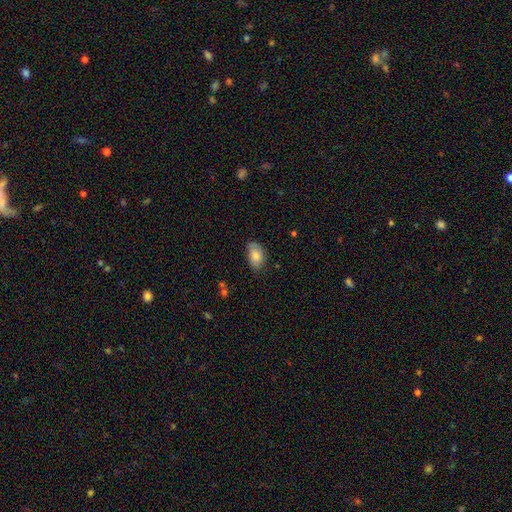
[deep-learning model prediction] smooth-or-featured: smooth: 78% | featured or disk: 15% | star or artifact: 7%
  how-rounded: in between: 92% | round: 7% | cigar-shaped: 2%
  merging: none: 68% | minor disturbance: 25% | major disturbance: 5% | merger: 2%